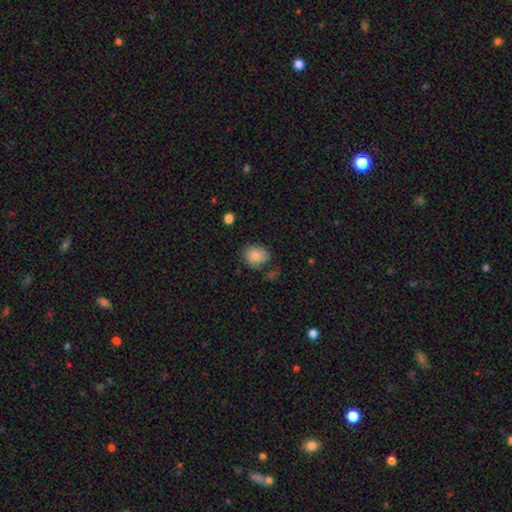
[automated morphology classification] The model was most divided on "how rounded": round: 54%, in between: 45%, cigar-shaped: 1%. More confident: smooth or featured — smooth (84%); merging — none (64%).